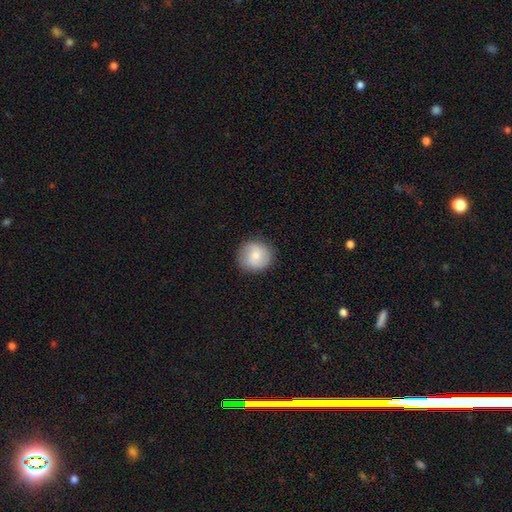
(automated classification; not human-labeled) smooth 64%, featured or disk 29%, star or artifact 7%. Down the decision tree: how rounded — round (93%); merging — none (88%).